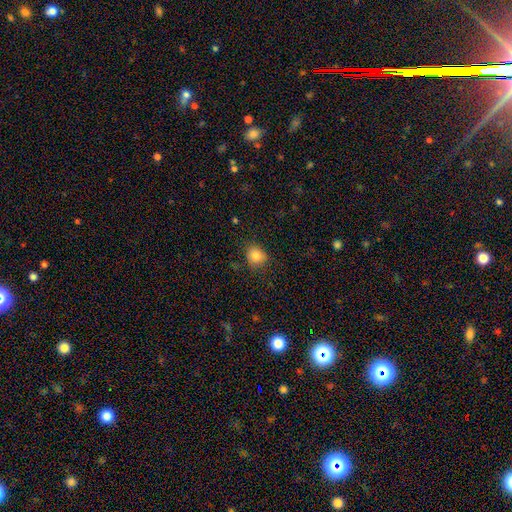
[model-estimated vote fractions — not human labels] A smooth galaxy with no disk features (84%) that is round (73%).

Vote fractions:
- Smooth or featured? smooth: 84% / star or artifact: 11% / featured or disk: 5%
- How rounded? round: 73% / in between: 26% / cigar-shaped: 1%
- Merging? none: 81% / minor disturbance: 14% / major disturbance: 4% / merger: 1%